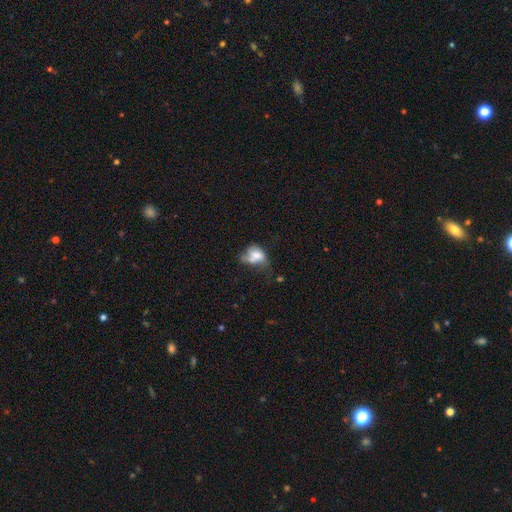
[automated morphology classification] A smooth galaxy with no disk features (61%) that is in between round and cigar-shaped (72%). Merging: merger (30%, tied with major disturbance).